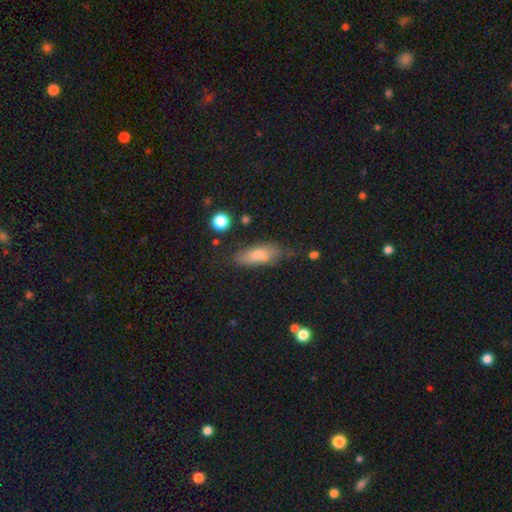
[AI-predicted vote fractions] smooth 71%, featured or disk 20%, star or artifact 9%. Down the decision tree: how rounded — in between (67%); merging — none (68%).